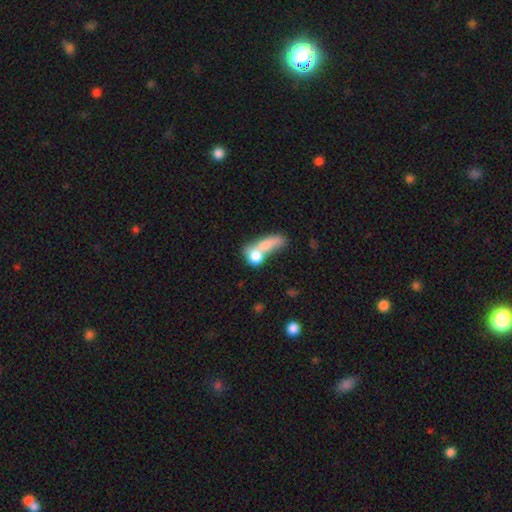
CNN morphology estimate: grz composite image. It shows a smooth galaxy with no disk features (71%) that is in between round and cigar-shaped (46%). Merging: merger (65%).